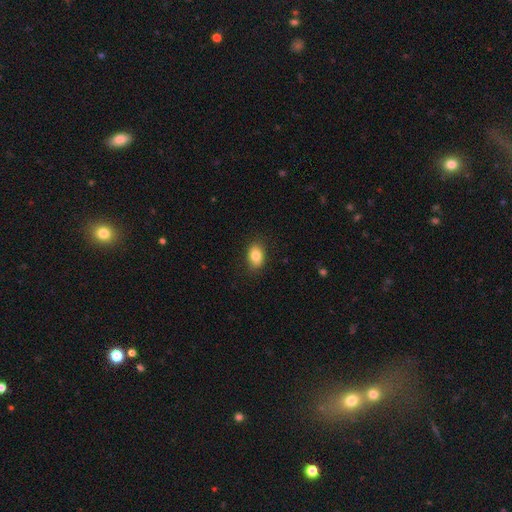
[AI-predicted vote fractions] Smooth or featured: smooth — 82% (featured or disk — 10%)
How rounded: in between — 81% (round — 17%)
Merging: none — 85% (minor disturbance — 12%)